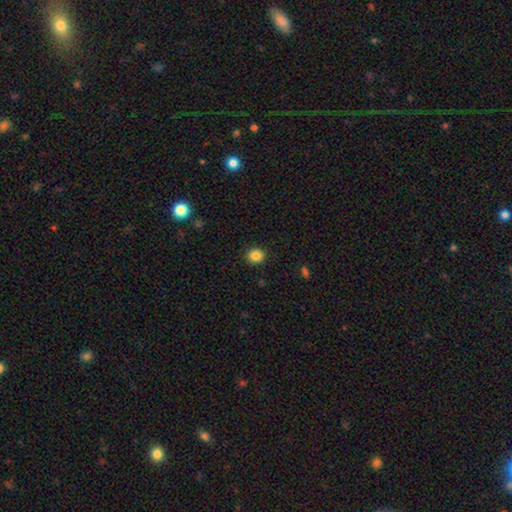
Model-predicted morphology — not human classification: type=smooth (85%); roundness=round (83%); merging=none (91%).